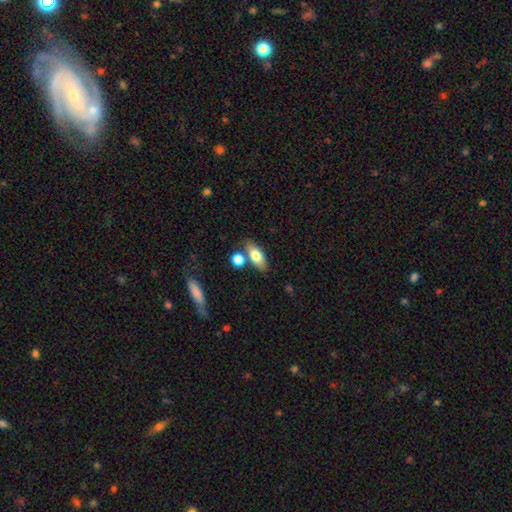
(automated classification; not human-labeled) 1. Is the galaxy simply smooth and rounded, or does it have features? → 74% smooth, 19% featured or disk, 7% star or artifact.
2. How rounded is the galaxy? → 81% in between, 13% cigar-shaped, 5% round.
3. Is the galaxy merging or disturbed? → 66% none, 18% merger, 12% minor disturbance, 4% major disturbance.